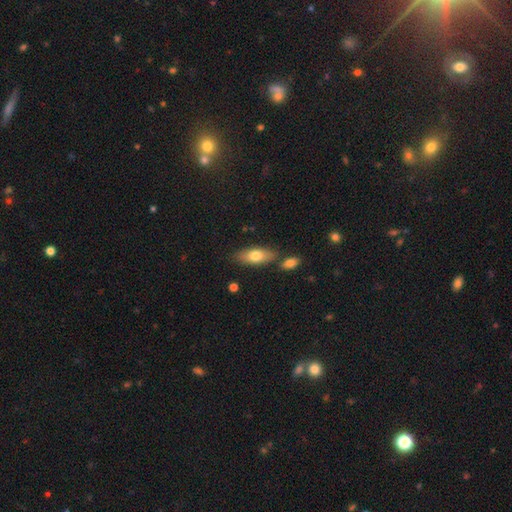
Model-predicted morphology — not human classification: Overall: smooth (73%). How rounded: in between (78%). Merging: none (75%).